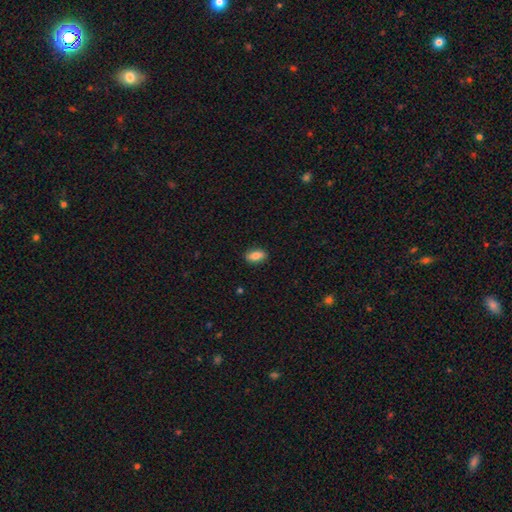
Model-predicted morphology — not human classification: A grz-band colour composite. It shows a smooth galaxy with no disk features (85%) that is in between round and cigar-shaped (88%). Merging: none (88%).